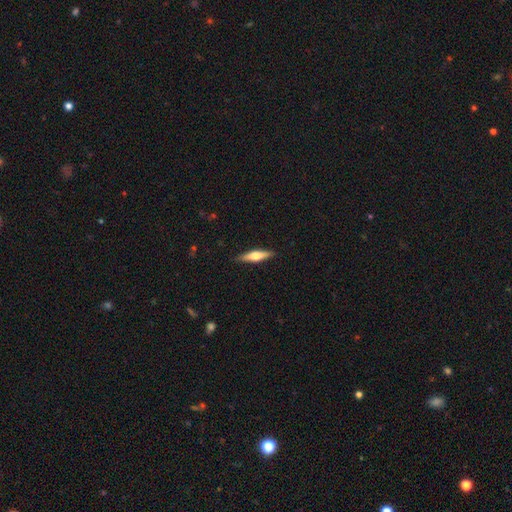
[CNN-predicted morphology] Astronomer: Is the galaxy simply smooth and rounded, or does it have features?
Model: featured or disk — 53% (runner-up: smooth, 41%).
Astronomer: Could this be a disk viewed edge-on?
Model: yes — 95%.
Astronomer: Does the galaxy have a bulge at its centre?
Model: rounded — 90%.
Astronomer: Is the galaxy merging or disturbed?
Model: none — 88%.